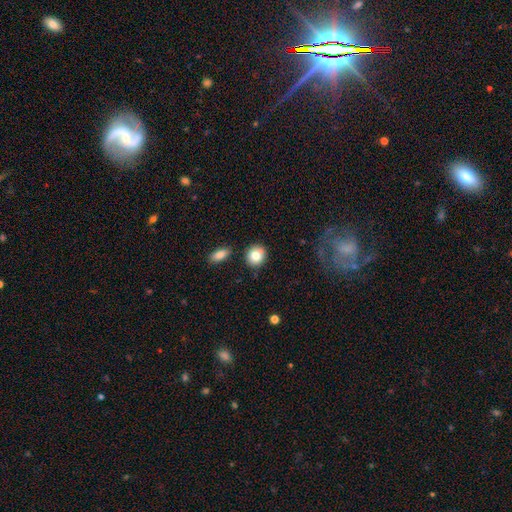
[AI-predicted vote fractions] The model was most divided on "how rounded": round: 81%, in between: 18%, cigar-shaped: 1%. More confident: merging — none (84%); smooth or featured — smooth (82%).